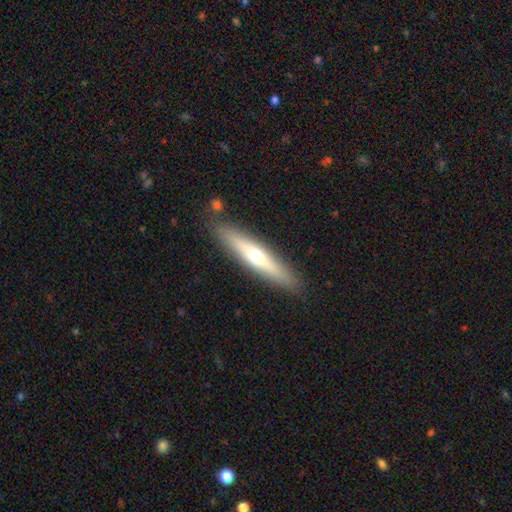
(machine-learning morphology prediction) smooth-or-featured: featured or disk: 49% | smooth: 46% | star or artifact: 6%
  merging: none: 88% | minor disturbance: 8% | major disturbance: 2% | merger: 2%